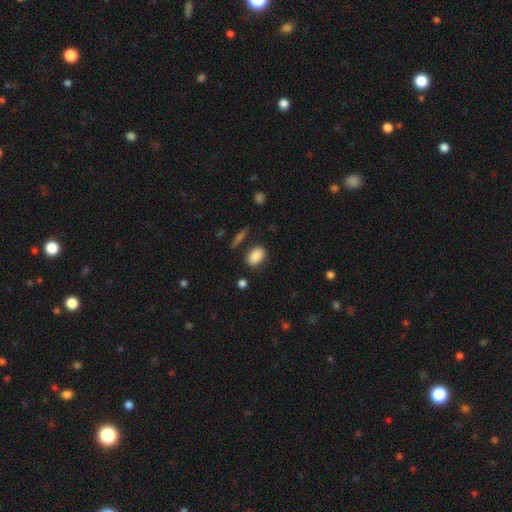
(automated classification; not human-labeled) Q: Smooth or featured?
A: smooth (87%); runner-up: star or artifact (8%)
Q: How rounded?
A: in between (84%); runner-up: round (14%)
Q: Merging?
A: none (80%); runner-up: minor disturbance (13%)